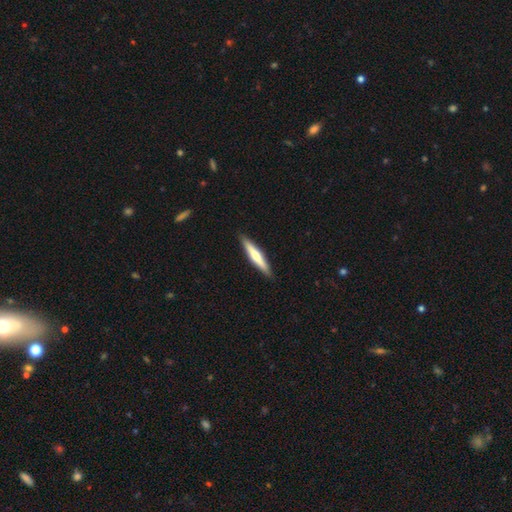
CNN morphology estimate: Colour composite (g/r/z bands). It shows a smooth galaxy with no disk features (49%). Merging: none (91%).